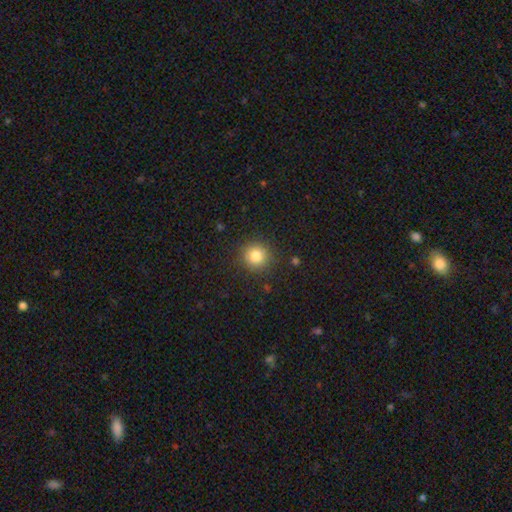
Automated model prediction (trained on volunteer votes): This appears to be a smooth galaxy with no disk features (83%) that is round (93%). Merging: none (89%).